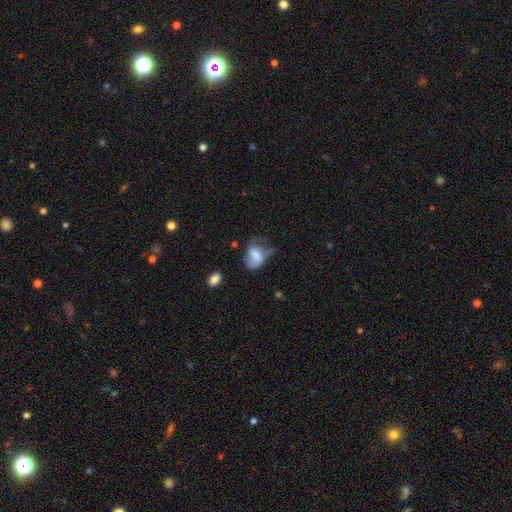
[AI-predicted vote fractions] smooth_or_featured: smooth (p=0.62) [alt: featured or disk p=0.29]
how_rounded: in between (p=0.75) [alt: round p=0.23]
merging: major disturbance (p=0.39) [alt: minor disturbance p=0.32]